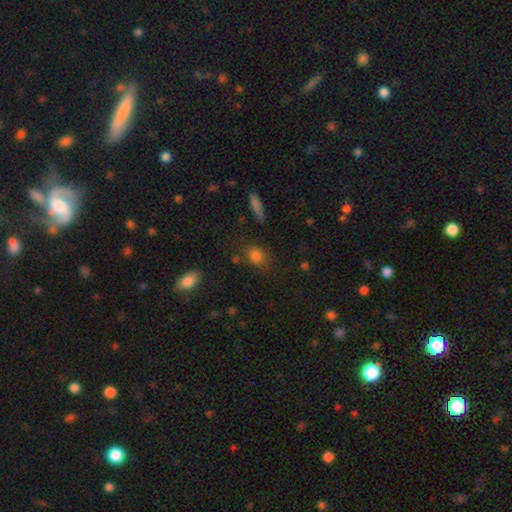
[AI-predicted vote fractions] Smooth or featured?
  - smooth: 79% *
  - star or artifact: 13%
  - featured or disk: 8%
How rounded?
  - in between: 57% *
  - round: 40%
  - cigar-shaped: 3%
Merging?
  - none: 72% *
  - minor disturbance: 17%
  - major disturbance: 6%
  - merger: 5%